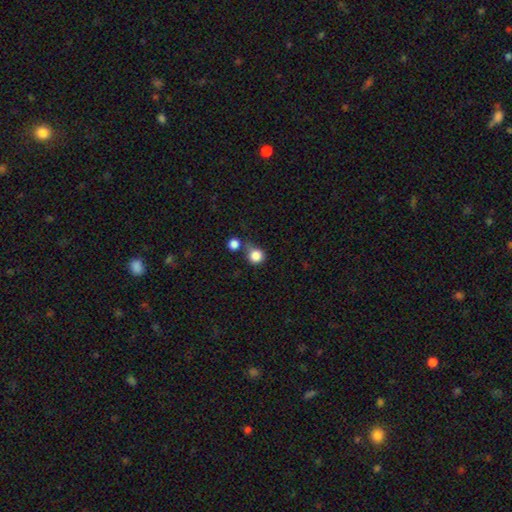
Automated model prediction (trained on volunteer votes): Overall: smooth (85%). How rounded: round (90%). Merging: none (54%; merger 26%).